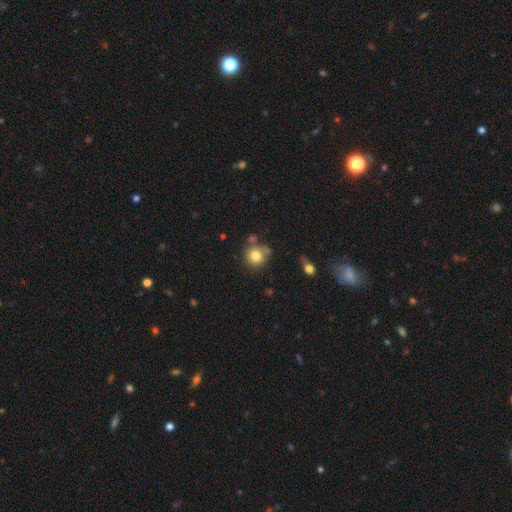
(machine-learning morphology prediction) smooth_or_featured: smooth (p=0.81) [alt: star or artifact p=0.10]
how_rounded: round (p=0.90) [alt: in between p=0.09]
merging: none (p=0.69) [alt: minor disturbance p=0.14]